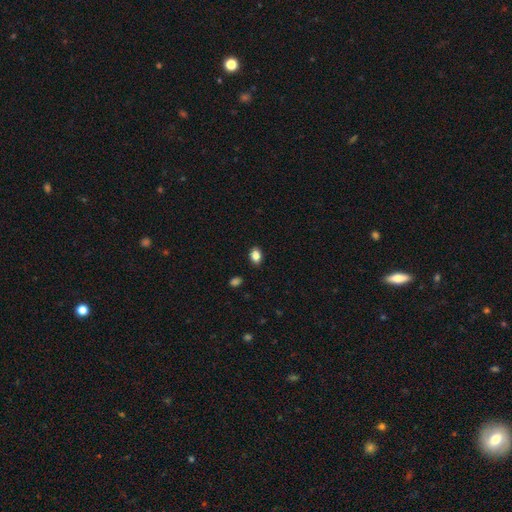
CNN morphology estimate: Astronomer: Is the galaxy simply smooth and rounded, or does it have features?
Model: smooth — 86%.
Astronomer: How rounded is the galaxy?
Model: in between — 79%.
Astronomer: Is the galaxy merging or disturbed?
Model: none — 87%.